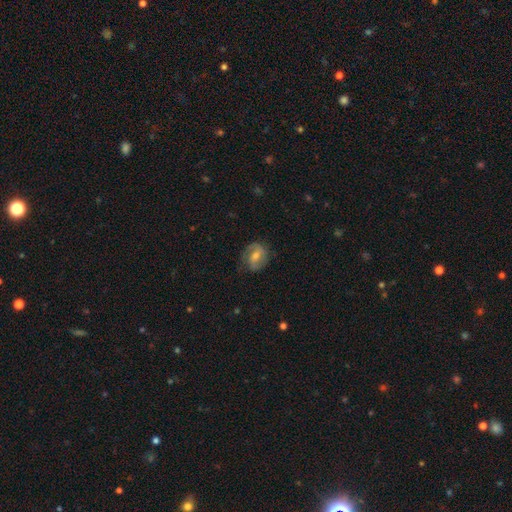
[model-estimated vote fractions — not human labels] Smooth or featured? featured or disk (71%)
Edge-on disk? no (97%)
Bar? weak (48%)
Spiral arms? yes (91%)
Spiral winding? medium (46%)
Spiral arm count? 2 (79%)
Bulge size? moderate (57%)
Merging? none (75%)